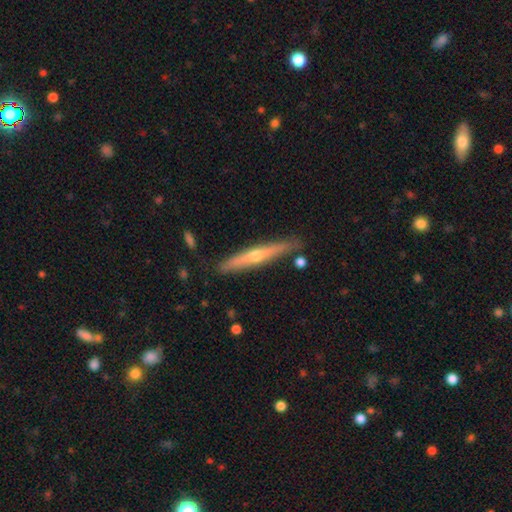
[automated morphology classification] This is likely a featured or disk galaxy (65%). It is clearly viewed edge-on (95%). Edge-on bulge: clearly rounded (84%). Merging: clearly none (87%).